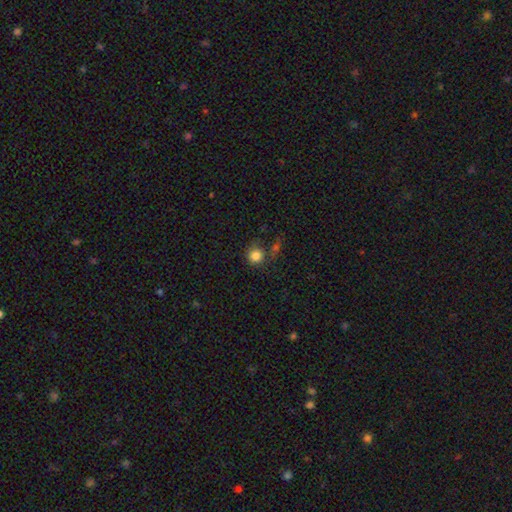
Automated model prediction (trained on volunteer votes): smooth-or-featured: smooth: 83% | star or artifact: 12% | featured or disk: 5%
  how-rounded: round: 92% | in between: 7% | cigar-shaped: 1%
  merging: none: 66% | minor disturbance: 14% | merger: 13% | major disturbance: 7%